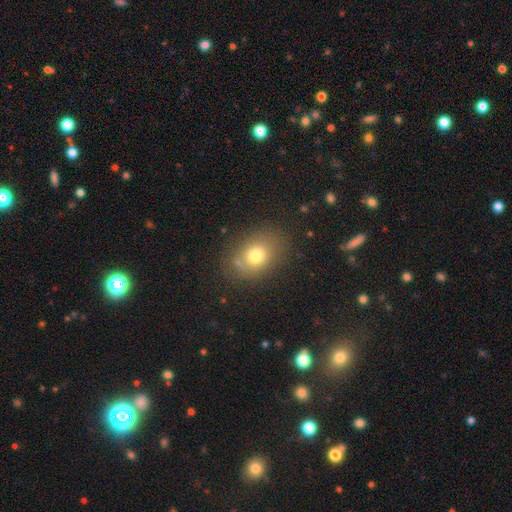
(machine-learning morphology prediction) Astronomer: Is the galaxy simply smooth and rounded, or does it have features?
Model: smooth — 72%.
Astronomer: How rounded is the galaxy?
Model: in between — 61% (runner-up: round, 38%).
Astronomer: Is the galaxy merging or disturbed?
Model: none — 72%.